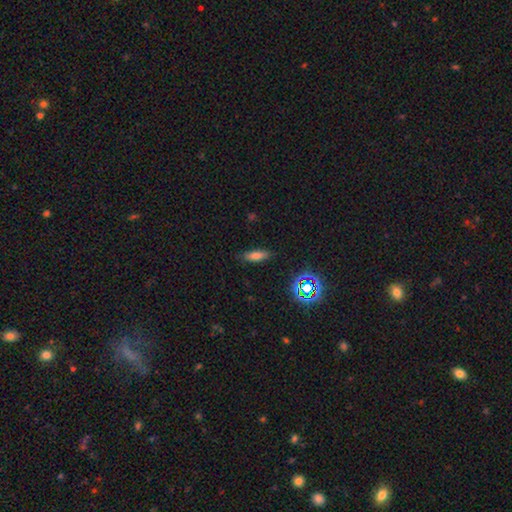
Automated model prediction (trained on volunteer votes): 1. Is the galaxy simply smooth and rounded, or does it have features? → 73% smooth, 14% star or artifact, 12% featured or disk.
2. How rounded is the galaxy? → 54% in between, 42% cigar-shaped, 3% round.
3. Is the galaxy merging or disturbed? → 83% none, 13% minor disturbance, 3% major disturbance, 1% merger.